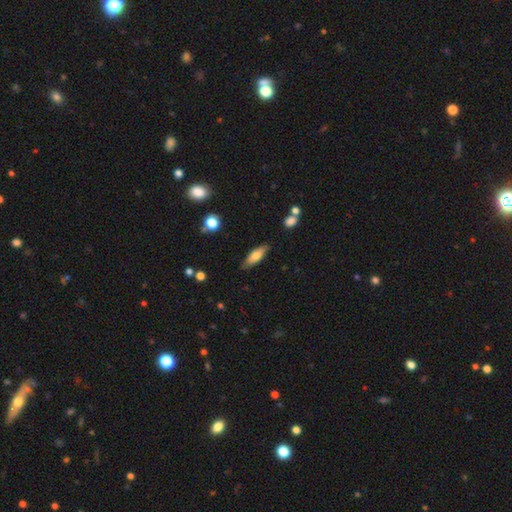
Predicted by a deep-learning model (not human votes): Smooth or featured?
  - smooth: 68% *
  - featured or disk: 25%
  - star or artifact: 7%
How rounded?
  - in between: 61% *
  - cigar-shaped: 37%
  - round: 2%
Merging?
  - none: 79% *
  - minor disturbance: 16%
  - major disturbance: 3%
  - merger: 2%